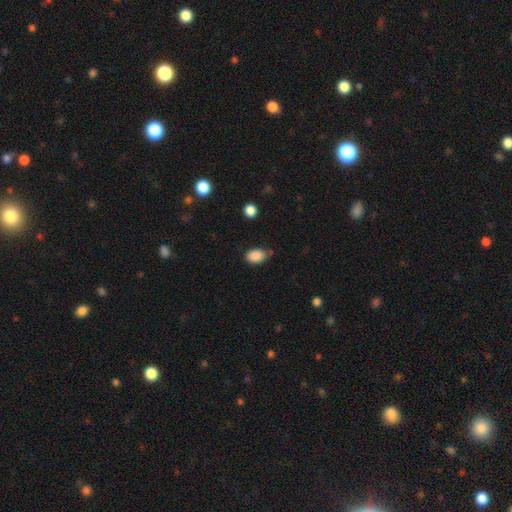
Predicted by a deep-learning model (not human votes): This is clearly a smooth galaxy (88%). How rounded: clearly in between (82%). Merging: likely none (71%).